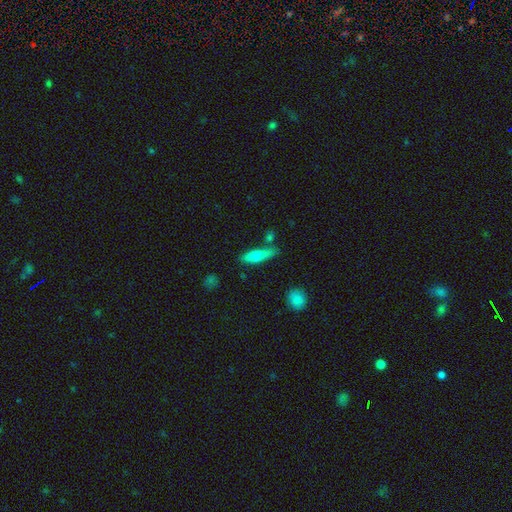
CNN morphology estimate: The model was most divided on "smooth or featured": smooth: 64%, featured or disk: 30%, star or artifact: 6%. More confident: merging — none (72%); how rounded — cigar-shaped (68%).